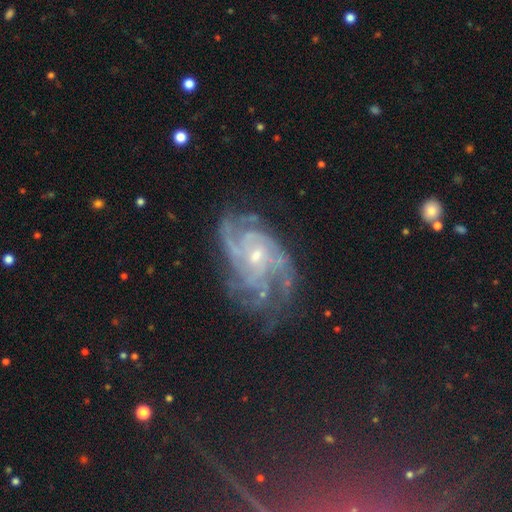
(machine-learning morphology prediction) This is clearly a featured or disk galaxy (85%). It is clearly not viewed edge-on (97%). Bar: likely no (66%). Spiral arm pattern: clearly yes (97%). Spiral arm count: marginally can't tell (27%). Spiral winding: possibly tight (57%). Central bulge: likely small (66%). Merging: likely none (68%).